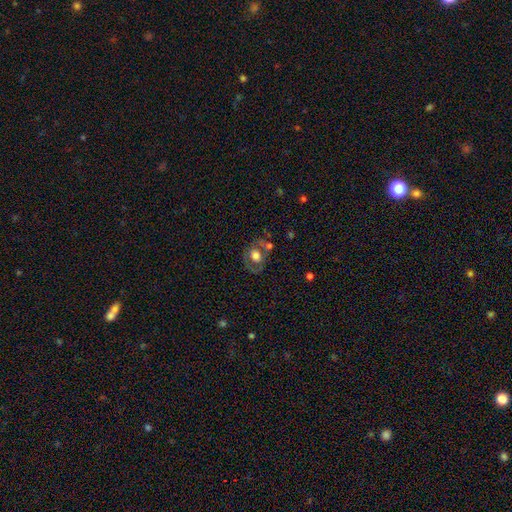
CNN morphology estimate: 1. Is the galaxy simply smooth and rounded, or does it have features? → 47% featured or disk, 44% smooth, 8% star or artifact.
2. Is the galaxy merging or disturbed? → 60% none, 19% minor disturbance, 12% merger, 9% major disturbance.